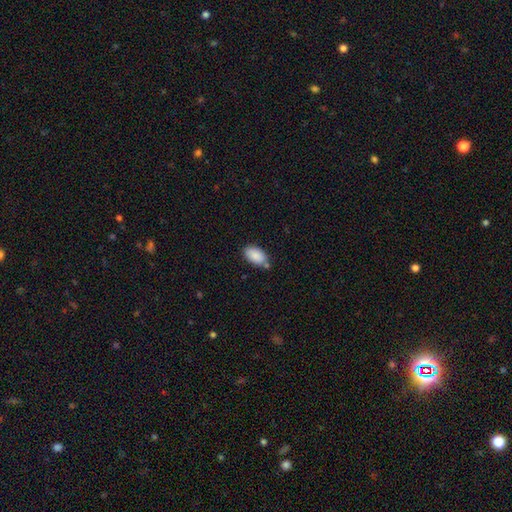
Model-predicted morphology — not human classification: This appears to be a smooth galaxy with no disk features (88%) that is in between round and cigar-shaped (94%). Merging: none (71%).